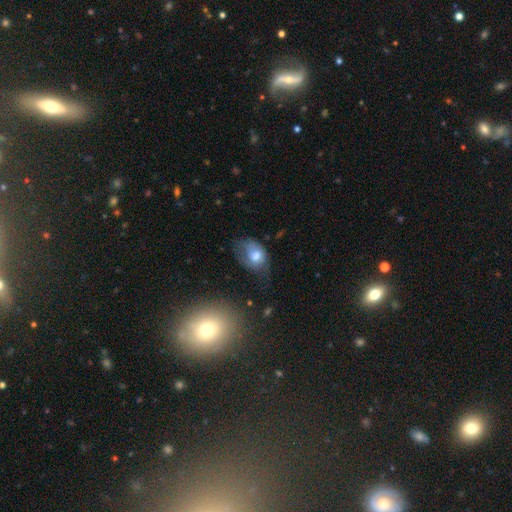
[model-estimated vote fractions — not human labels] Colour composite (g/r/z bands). It shows a smooth galaxy with no disk features (68%) that is in between round and cigar-shaped (72%). Merging: minor disturbance (35%).